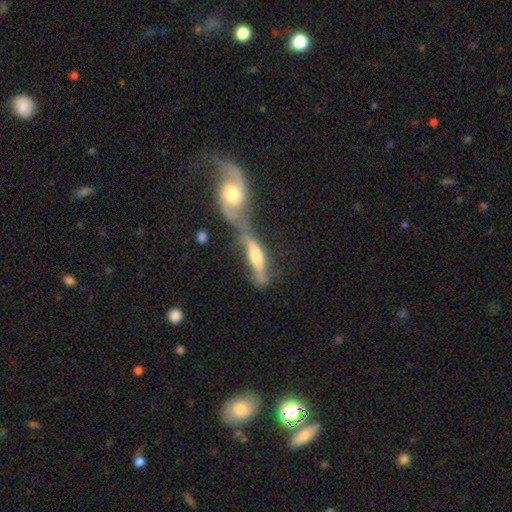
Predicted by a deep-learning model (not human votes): The model was most divided on "edge-on disk": no: 56%, yes: 44%. More confident: merging — merger (71%); smooth or featured — featured or disk (66%).